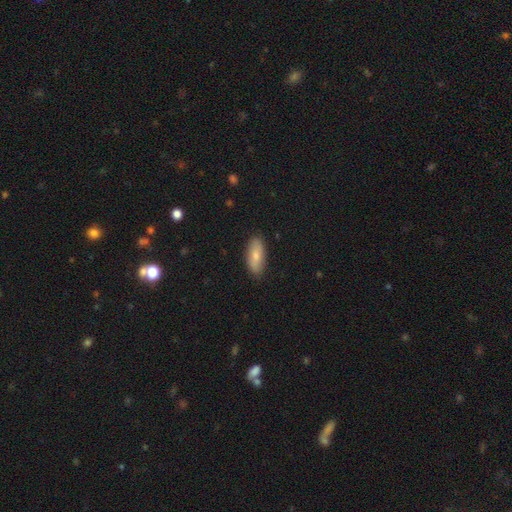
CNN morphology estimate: Smooth or featured? Predicted: smooth (p=0.77). How rounded? Predicted: in between (p=0.82). Merging? Predicted: none (p=0.87).